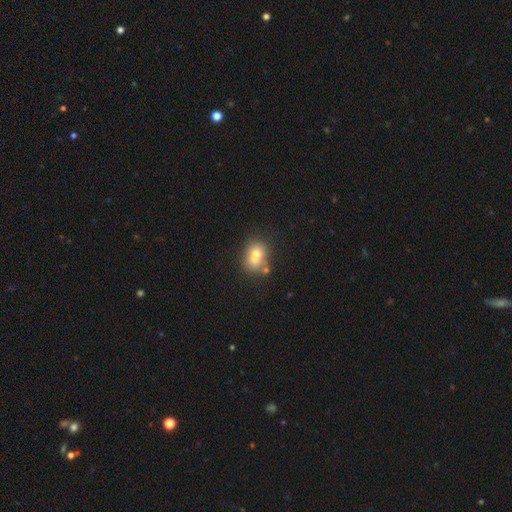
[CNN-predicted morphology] The model was most divided on "how rounded": in between: 67%, round: 31%, cigar-shaped: 2%. More confident: smooth or featured — smooth (77%); merging — none (60%).